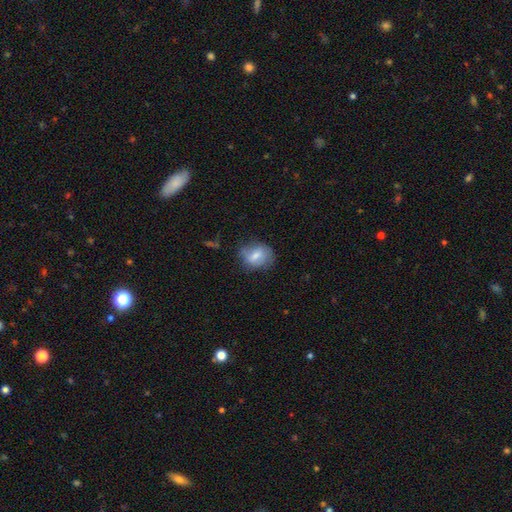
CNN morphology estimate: A smooth galaxy with no disk features (63%) that is in between round and cigar-shaped (51%). Merging: none (61%).